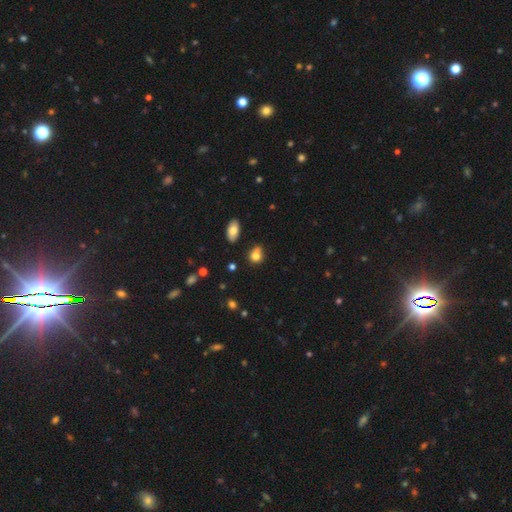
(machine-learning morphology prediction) This appears to be a smooth galaxy with no disk features (80%) that is round (58%). Merging: none (57%).